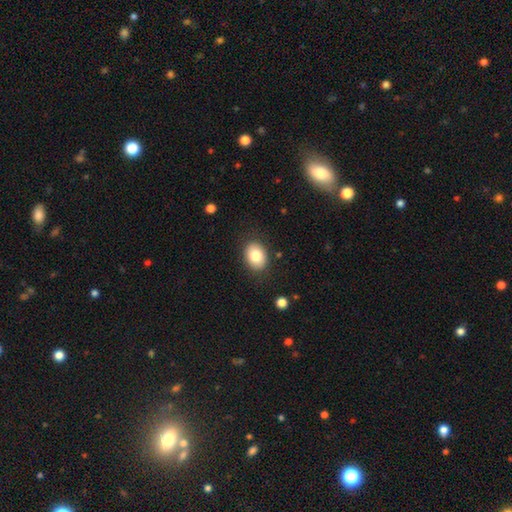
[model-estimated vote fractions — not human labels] A smooth galaxy with no disk features (82%) that is in between round and cigar-shaped (66%).

Vote fractions:
- Smooth or featured? smooth: 82% / featured or disk: 10% / star or artifact: 8%
- How rounded? in between: 66% / round: 33% / cigar-shaped: 1%
- Merging? none: 85% / minor disturbance: 11% / major disturbance: 3% / merger: 1%